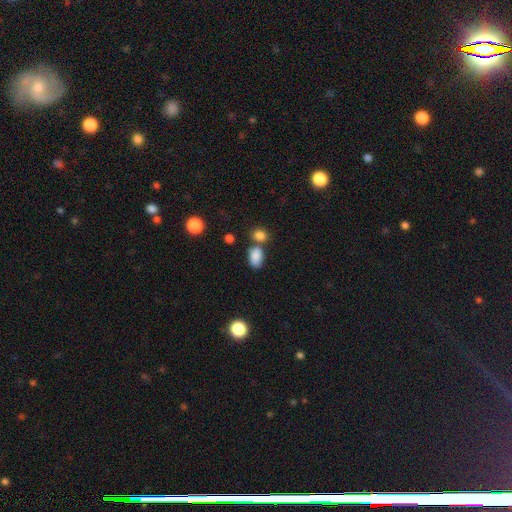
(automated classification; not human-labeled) Smooth or featured? smooth (84%)
How rounded? in between (85%)
Merging? none (54%)